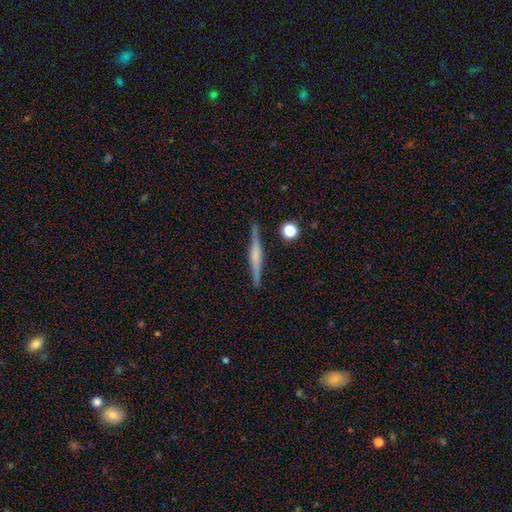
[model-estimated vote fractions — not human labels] The model was most divided on "edge-on bulge": rounded: 48%, boxy: 32%, none: 20%. More confident: edge-on disk — yes (98%); merging — none (88%); smooth or featured — featured or disk (68%).